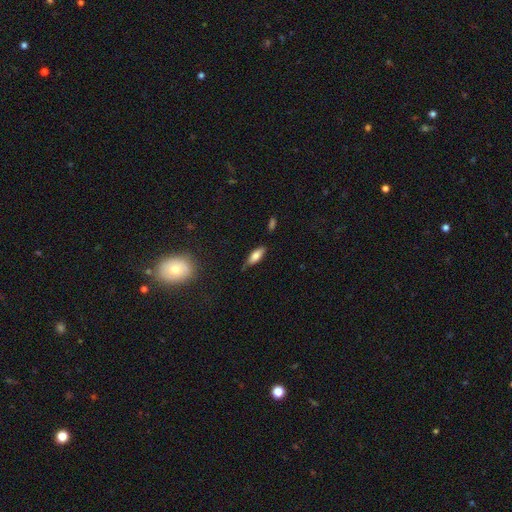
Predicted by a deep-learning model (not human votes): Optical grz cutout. It shows a smooth galaxy with no disk features (73%) that is in between round and cigar-shaped (67%). Merging: none (74%).